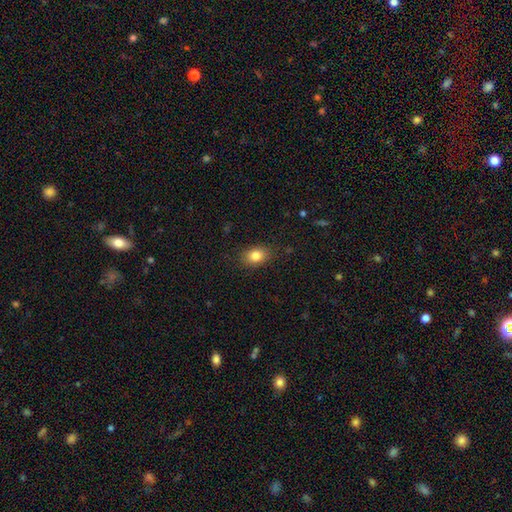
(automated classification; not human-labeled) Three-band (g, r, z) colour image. It shows a smooth galaxy with no disk features (83%) that is in between round and cigar-shaped (71%). Merging: none (84%).